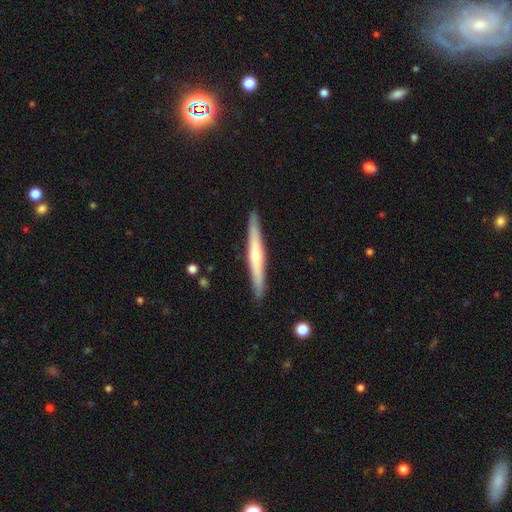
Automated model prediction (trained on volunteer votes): smooth-or-featured: featured or disk: 58% | smooth: 37% | star or artifact: 5%
  disk-edge-on: yes: 96% | no: 4%
    edge-on-bulge: rounded: 70% | none: 26% | boxy: 4%
  merging: none: 91% | minor disturbance: 6% | major disturbance: 1% | merger: 1%